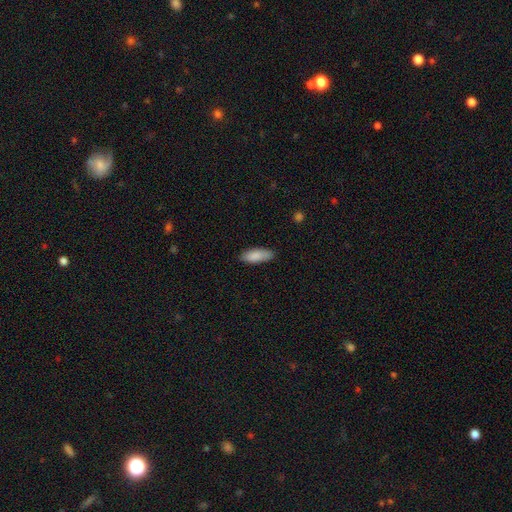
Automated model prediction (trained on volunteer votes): smooth_or_featured: smooth (p=0.88) [alt: featured or disk p=0.07]
how_rounded: in between (p=0.71) [alt: cigar-shaped p=0.27]
merging: none (p=0.84) [alt: minor disturbance p=0.12]